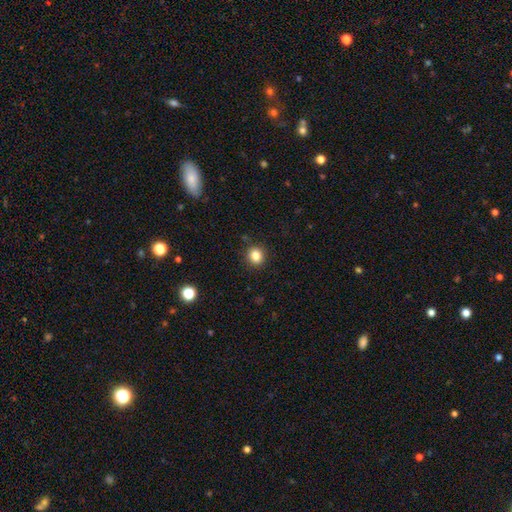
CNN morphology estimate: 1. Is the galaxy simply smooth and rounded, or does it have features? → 83% smooth, 11% star or artifact, 5% featured or disk.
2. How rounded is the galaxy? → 83% round, 16% in between, 1% cigar-shaped.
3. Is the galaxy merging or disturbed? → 90% none, 7% minor disturbance, 2% major disturbance, 1% merger.